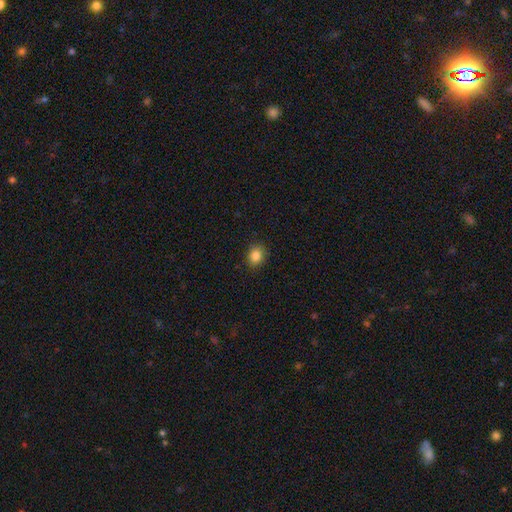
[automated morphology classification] smooth_or_featured: smooth (p=0.86) [alt: star or artifact p=0.10]
how_rounded: round (p=0.63) [alt: in between p=0.36]
merging: none (p=0.88) [alt: minor disturbance p=0.09]